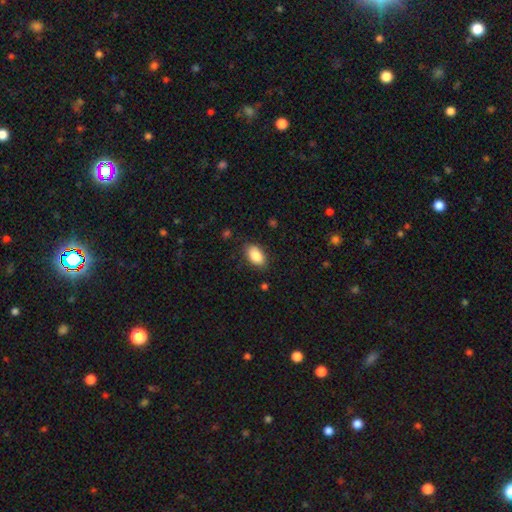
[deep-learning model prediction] smooth_or_featured: smooth (p=0.86) [alt: star or artifact p=0.07]
how_rounded: in between (p=0.92) [alt: round p=0.06]
merging: none (p=0.84) [alt: minor disturbance p=0.12]